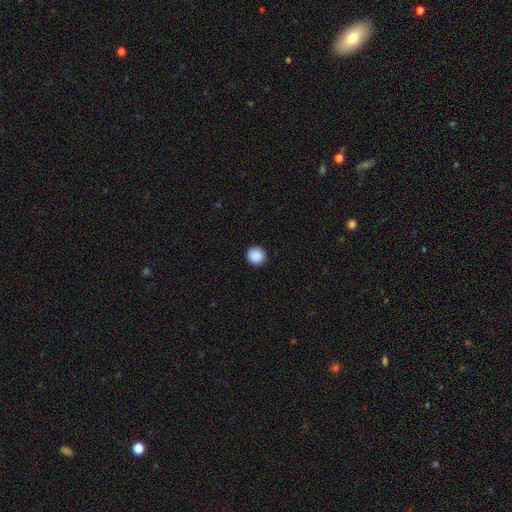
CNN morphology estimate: smooth 90%, star or artifact 8%, featured or disk 2%. Down the decision tree: how rounded — round (95%); merging — none (93%).